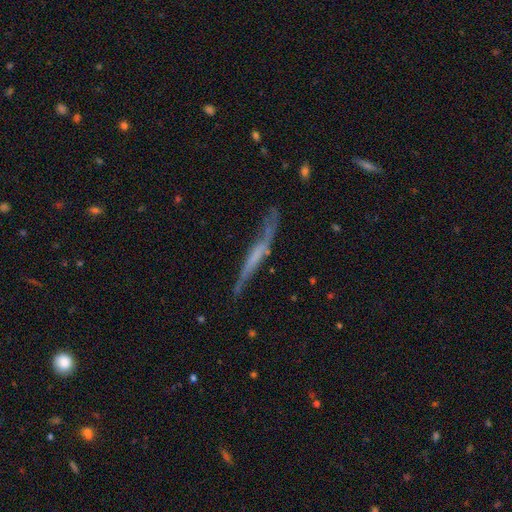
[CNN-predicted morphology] A featured or disk galaxy (60%) viewed edge-on (82%).

Vote fractions:
- Smooth or featured? featured or disk: 60% / smooth: 32% / star or artifact: 8%
- Edge-on disk? yes: 82% / no: 18%
- Merging? none: 56% / minor disturbance: 26% / major disturbance: 13% / merger: 5%